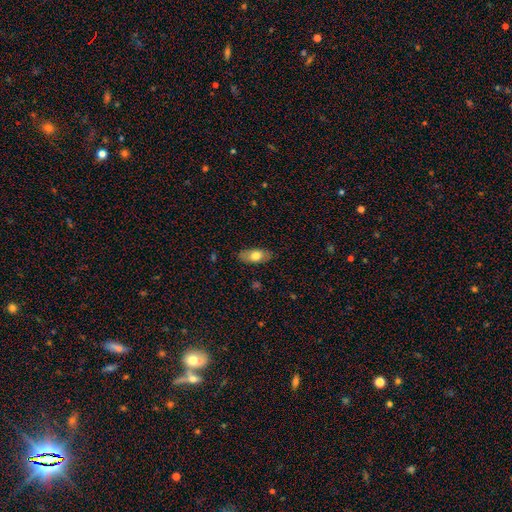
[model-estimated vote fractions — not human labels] smooth-or-featured: smooth: 72% | featured or disk: 22% | star or artifact: 6%
  how-rounded: in between: 87% | cigar-shaped: 9% | round: 4%
  merging: none: 84% | minor disturbance: 13% | major disturbance: 3% | merger: 1%